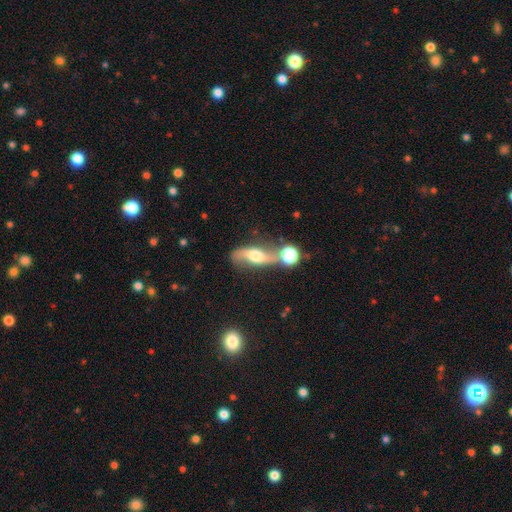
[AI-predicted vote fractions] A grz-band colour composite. It shows a featured or disk galaxy (70%) with no bar (56%), spiral arms (88%) and a moderate central bulge (58%). Merging: none (56%).